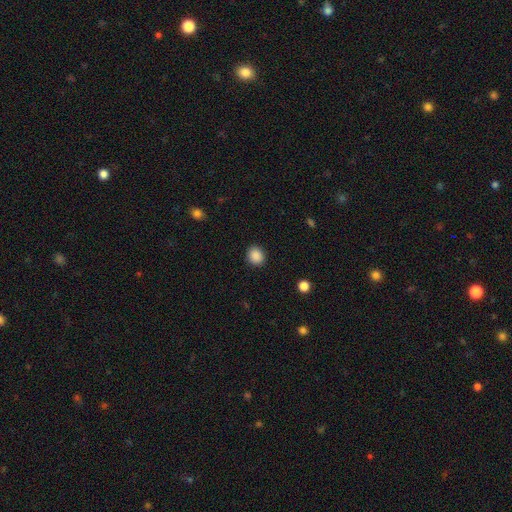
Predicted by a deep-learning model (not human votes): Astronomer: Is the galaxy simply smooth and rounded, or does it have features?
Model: smooth — 88%.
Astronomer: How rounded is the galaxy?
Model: round — 79%.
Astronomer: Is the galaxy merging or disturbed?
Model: none — 90%.